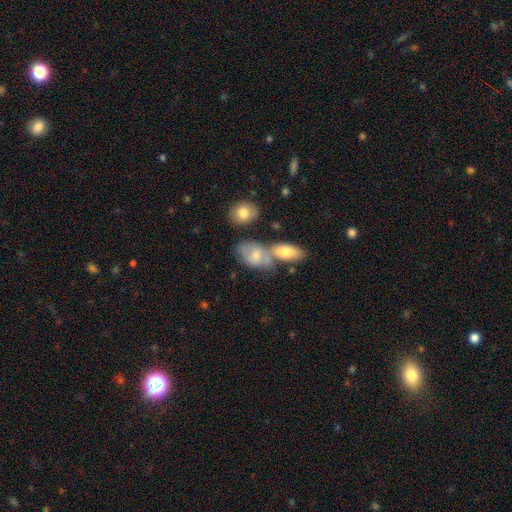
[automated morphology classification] smooth-or-featured: smooth: 57% | featured or disk: 35% | star or artifact: 8%
  how-rounded: in between: 85% | round: 12% | cigar-shaped: 3%
  merging: merger: 45% | none: 32% | minor disturbance: 15% | major disturbance: 7%